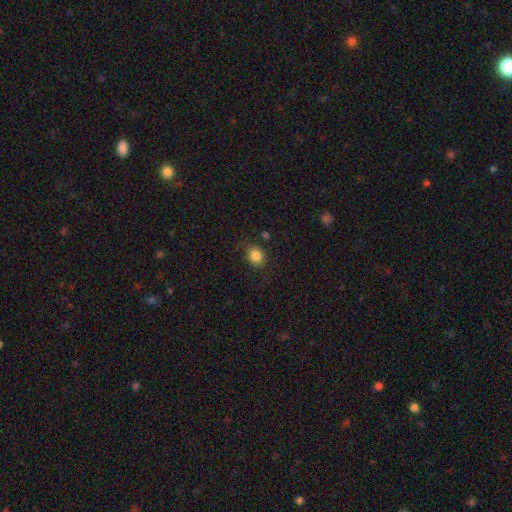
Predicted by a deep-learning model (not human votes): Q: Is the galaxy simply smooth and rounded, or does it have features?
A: smooth — 84%.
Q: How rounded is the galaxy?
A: round — 72%.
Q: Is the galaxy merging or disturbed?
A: none — 77%.